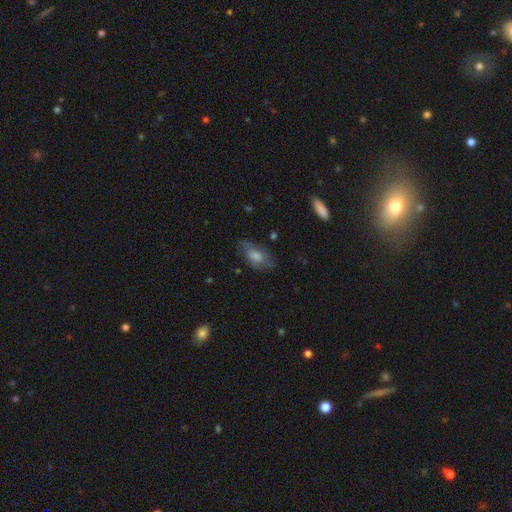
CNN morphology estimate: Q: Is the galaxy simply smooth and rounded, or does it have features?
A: smooth — 49%.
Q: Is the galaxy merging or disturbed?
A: none — 68%.